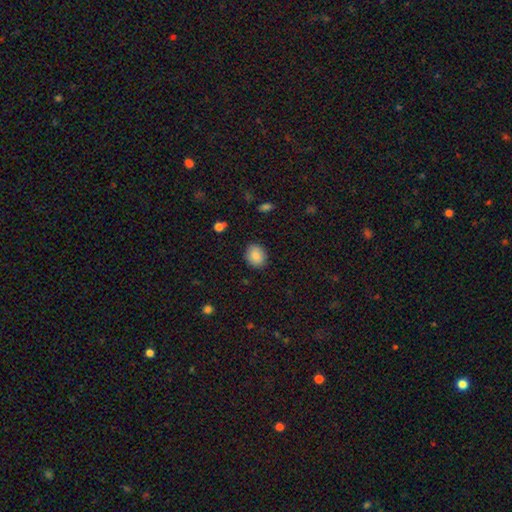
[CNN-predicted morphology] Overall: smooth (86%). How rounded: round (65%; in between 34%). Merging: none (87%).